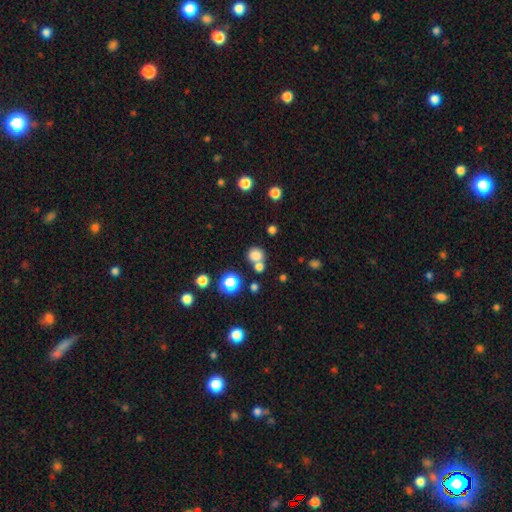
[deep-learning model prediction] Overall: smooth (78%). How rounded: round (84%). Merging: none (57%; merger 30%).